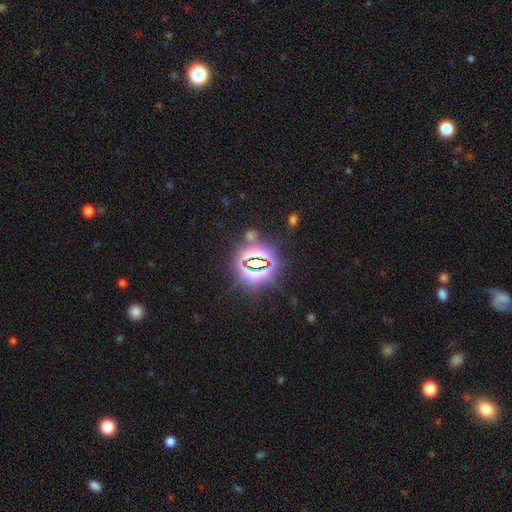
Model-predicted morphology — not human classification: A star or artifact, not a galaxy (81%).